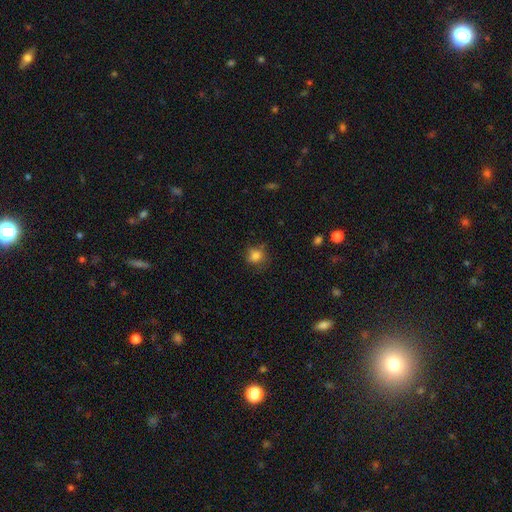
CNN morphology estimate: Smooth or featured? Predicted: smooth (p=0.78). How rounded? Predicted: round (p=0.73). Merging? Predicted: none (p=0.69).